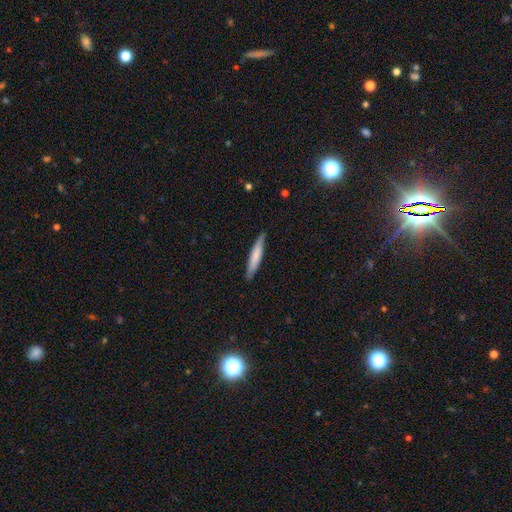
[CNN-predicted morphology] A smooth galaxy with no disk features (71%) that is cigar-shaped (92%). Merging: none (87%).